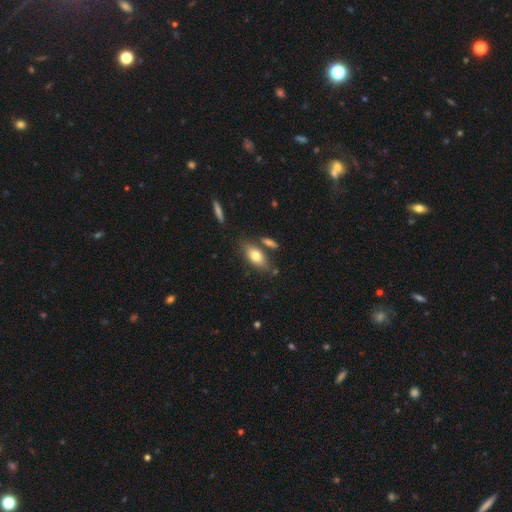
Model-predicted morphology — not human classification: smooth 74%, featured or disk 18%, star or artifact 7%. Down the decision tree: how rounded — in between (84%); merging — none (68%).